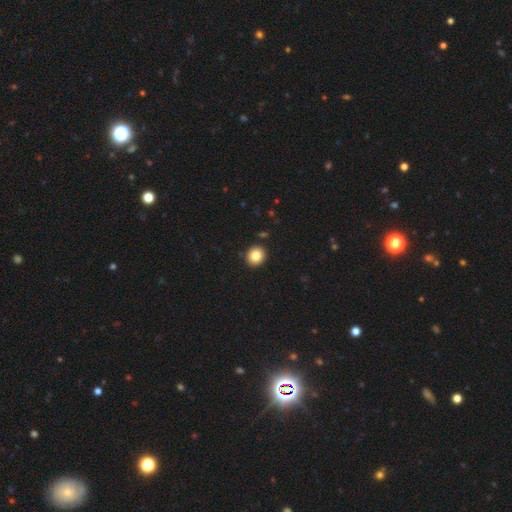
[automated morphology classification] smooth-or-featured: smooth: 84% | star or artifact: 10% | featured or disk: 6%
  how-rounded: round: 84% | in between: 15% | cigar-shaped: 1%
  merging: none: 92% | minor disturbance: 5% | major disturbance: 2% | merger: 1%